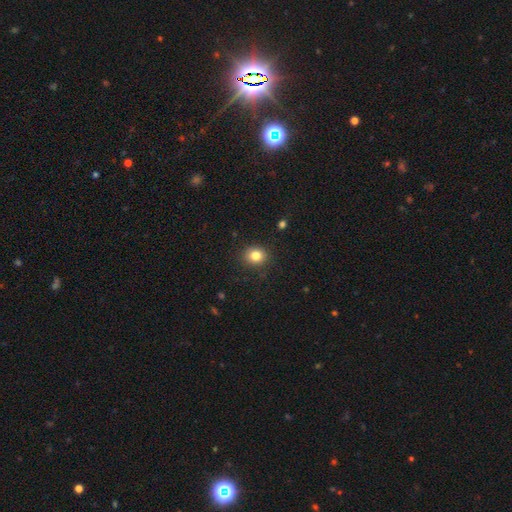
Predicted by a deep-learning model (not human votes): smooth-or-featured: smooth: 83% | star or artifact: 11% | featured or disk: 6%
  how-rounded: round: 73% | in between: 26% | cigar-shaped: 1%
  merging: none: 89% | minor disturbance: 8% | major disturbance: 2% | merger: 1%